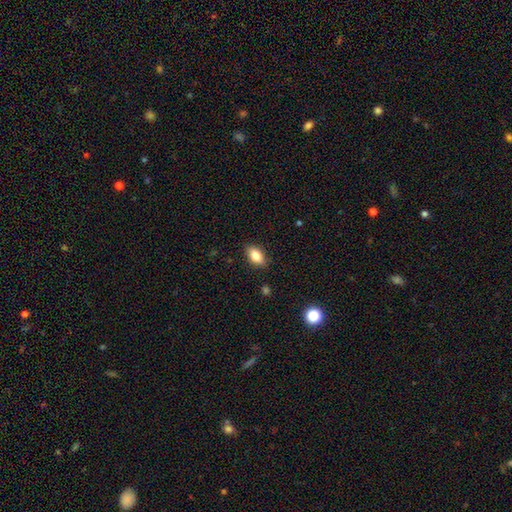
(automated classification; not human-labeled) Smooth or featured? Predicted: smooth (p=0.82). How rounded? Predicted: in between (p=0.88). Merging? Predicted: none (p=0.87).